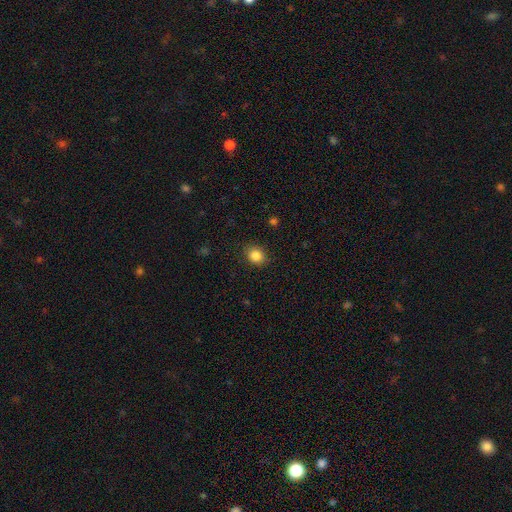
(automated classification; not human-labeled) A smooth galaxy with no disk features (85%) that is round (63%). Merging: none (88%).